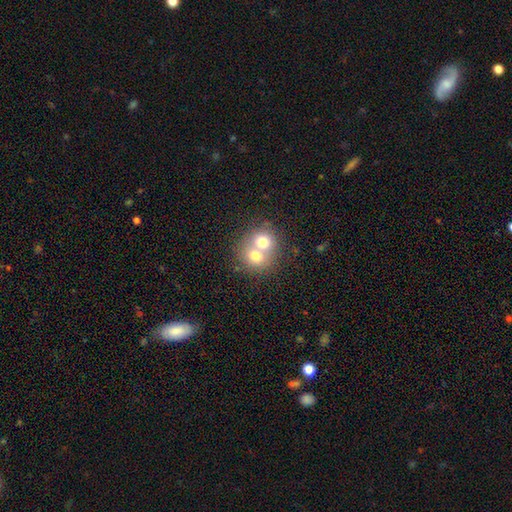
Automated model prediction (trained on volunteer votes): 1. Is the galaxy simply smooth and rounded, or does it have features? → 69% smooth, 22% featured or disk, 10% star or artifact.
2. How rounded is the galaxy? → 74% round, 25% in between, 1% cigar-shaped.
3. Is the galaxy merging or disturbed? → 70% merger, 23% none, 4% minor disturbance, 2% major disturbance.